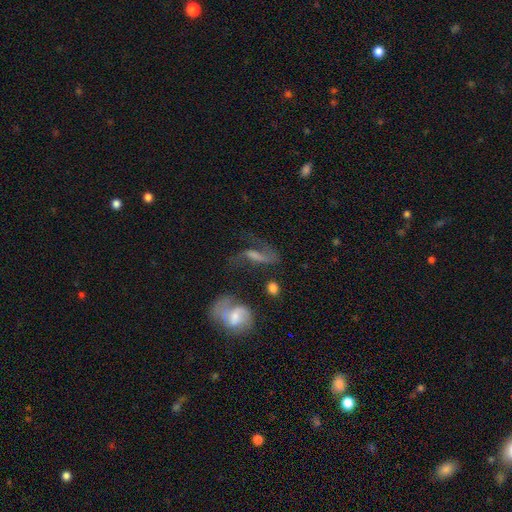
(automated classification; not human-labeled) A featured or disk galaxy (72%) with a weak bar (42%), 2 (83%) loose (60%) spiral arms (88%) and a small central bulge (33%). Merging: none (47%).